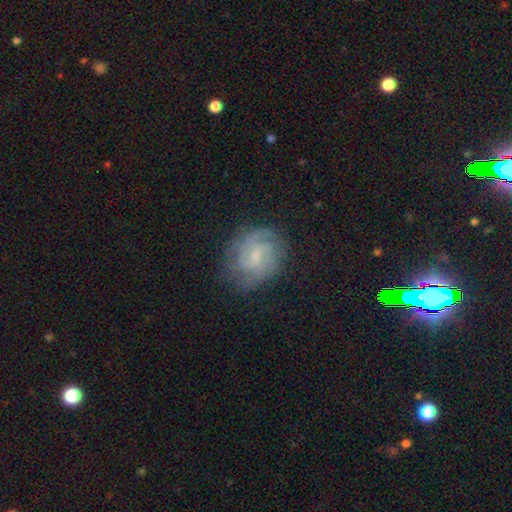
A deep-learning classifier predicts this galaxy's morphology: type=featured or disk (73%); edge-on=no (97%); bar=weak (56%); spiral arms=yes (92%); winding=tight (48%); arm count=2 (42%); bulge=small (49%); merging=none (73%).